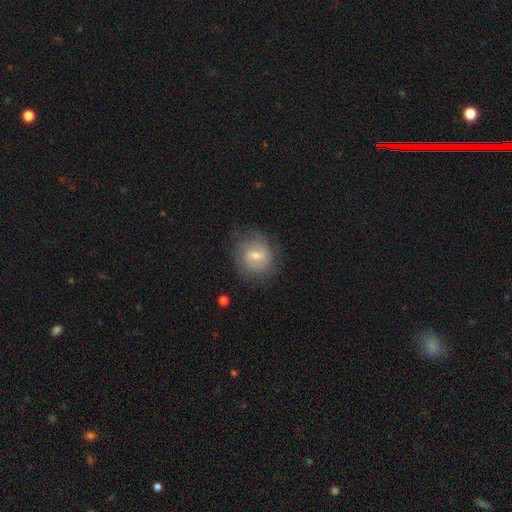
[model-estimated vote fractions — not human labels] This is possibly a featured or disk galaxy (49%). Merging: likely none (76%).